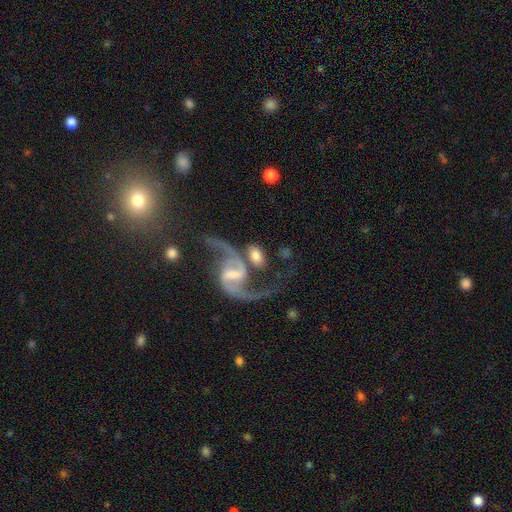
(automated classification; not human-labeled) featured or disk 77%, smooth 16%, star or artifact 7%. Down the decision tree: edge-on disk — no (96%); bar — weak (46%); spiral arms — yes (94%); spiral arm count — 2 (92%); spiral winding — loose (82%); bulge size — moderate (30%); merging — none (52%).